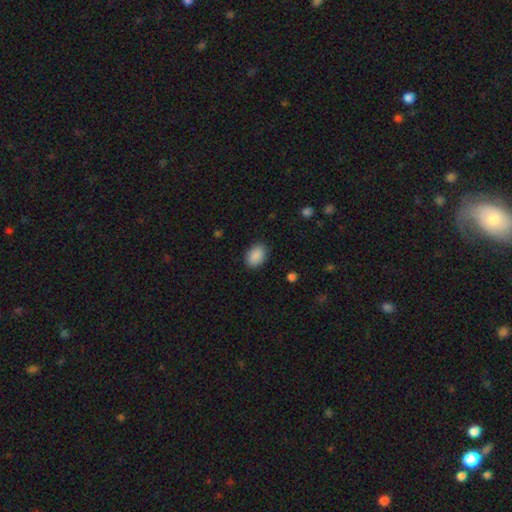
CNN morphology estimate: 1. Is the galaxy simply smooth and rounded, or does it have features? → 90% smooth, 7% star or artifact, 3% featured or disk.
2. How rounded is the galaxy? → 81% in between, 18% round, 1% cigar-shaped.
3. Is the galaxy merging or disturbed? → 86% none, 10% minor disturbance, 3% major disturbance, 1% merger.